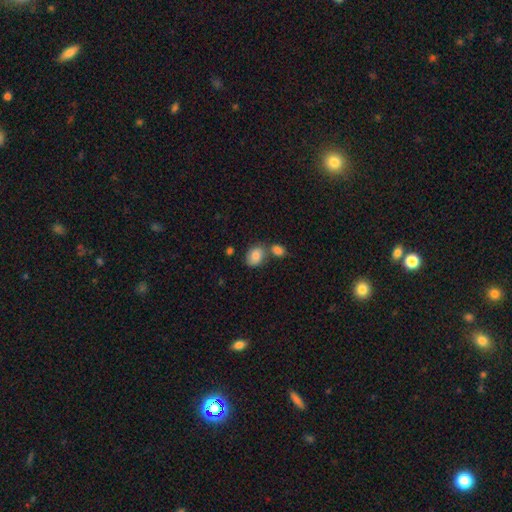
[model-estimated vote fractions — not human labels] This appears to be a smooth galaxy with no disk features (80%) that is in between round and cigar-shaped (67%). Merging: none (52%).